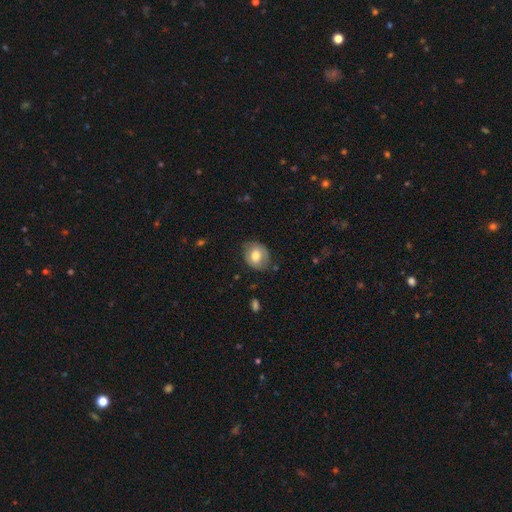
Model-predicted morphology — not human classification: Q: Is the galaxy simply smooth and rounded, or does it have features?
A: smooth — 71%.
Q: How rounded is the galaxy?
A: round — 53%.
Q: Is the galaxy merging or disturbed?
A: none — 75%.